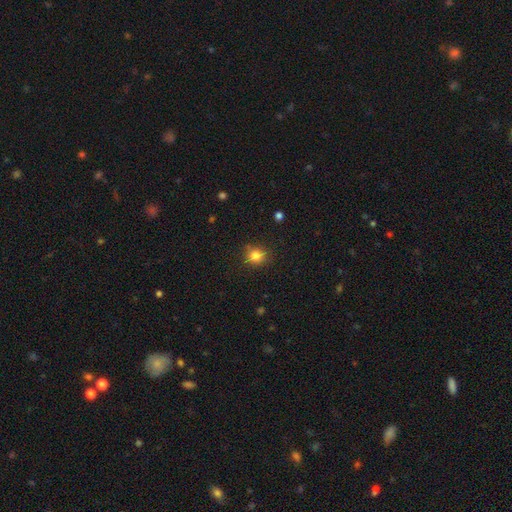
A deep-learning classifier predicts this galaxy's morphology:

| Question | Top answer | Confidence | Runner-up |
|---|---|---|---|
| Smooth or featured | smooth | 82% | star or artifact (12%) |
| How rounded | round | 81% | in between (18%) |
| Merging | none | 82% | minor disturbance (13%) |